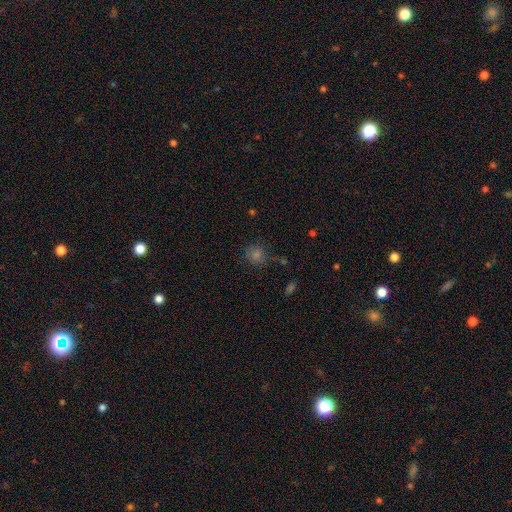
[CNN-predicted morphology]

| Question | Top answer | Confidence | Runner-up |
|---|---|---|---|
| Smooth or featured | smooth | 62% | star or artifact (29%) |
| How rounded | round | 89% | in between (10%) |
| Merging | none | 81% | minor disturbance (12%) |